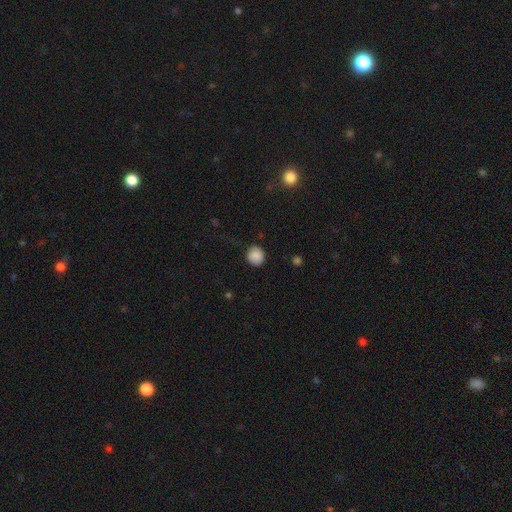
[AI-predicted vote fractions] smooth_or_featured: smooth (p=0.85) [alt: star or artifact p=0.08]
how_rounded: round (p=0.87) [alt: in between p=0.12]
merging: none (p=0.82) [alt: minor disturbance p=0.14]